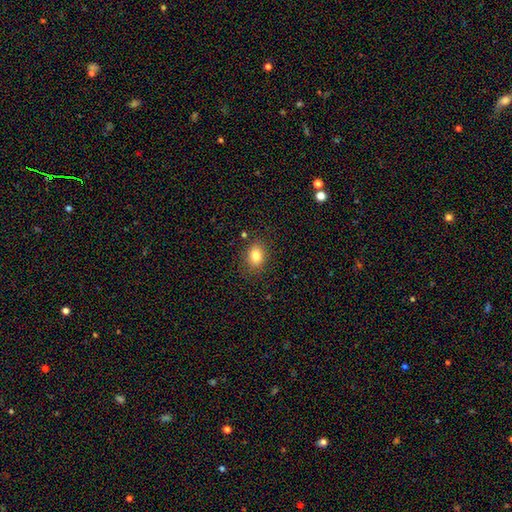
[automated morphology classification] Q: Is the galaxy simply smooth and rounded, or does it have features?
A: smooth — 83%.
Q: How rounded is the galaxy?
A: in between — 69%.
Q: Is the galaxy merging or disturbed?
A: none — 85%.